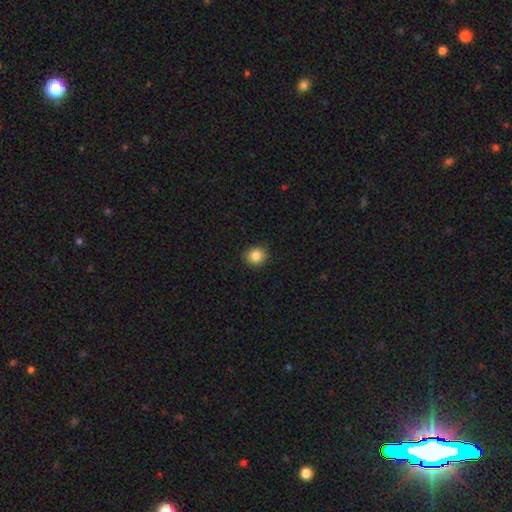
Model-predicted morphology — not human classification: The model was most divided on "how rounded": round: 77%, in between: 22%, cigar-shaped: 1%. More confident: merging — none (90%); smooth or featured — smooth (86%).